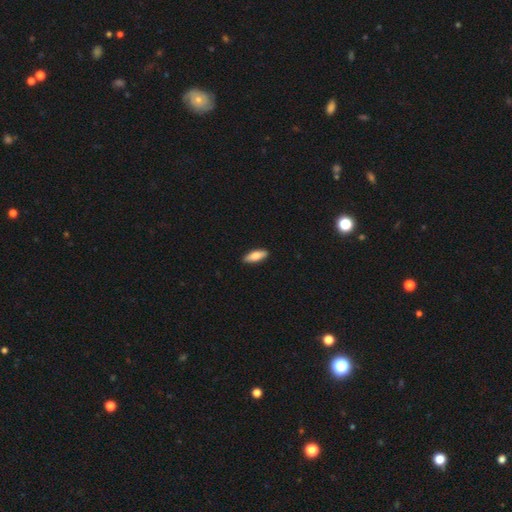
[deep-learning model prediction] Smooth or featured?
  - smooth: 77% *
  - featured or disk: 18%
  - star or artifact: 6%
How rounded?
  - in between: 67% *
  - cigar-shaped: 31%
  - round: 2%
Merging?
  - none: 89% *
  - minor disturbance: 8%
  - major disturbance: 1%
  - merger: 1%